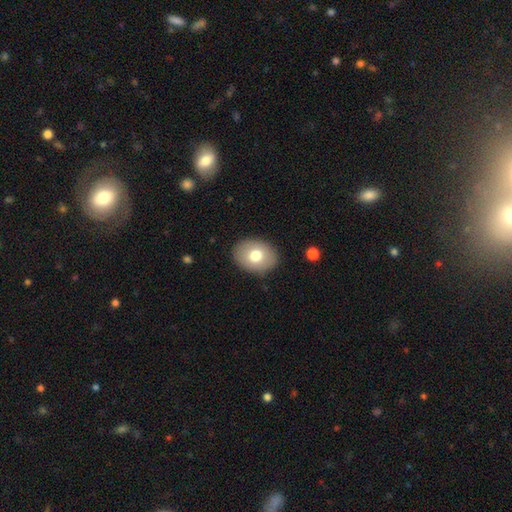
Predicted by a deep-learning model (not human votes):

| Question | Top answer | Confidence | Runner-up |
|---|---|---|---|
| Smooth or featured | smooth | 75% | featured or disk (17%) |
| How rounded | in between | 69% | round (30%) |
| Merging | none | 88% | minor disturbance (9%) |